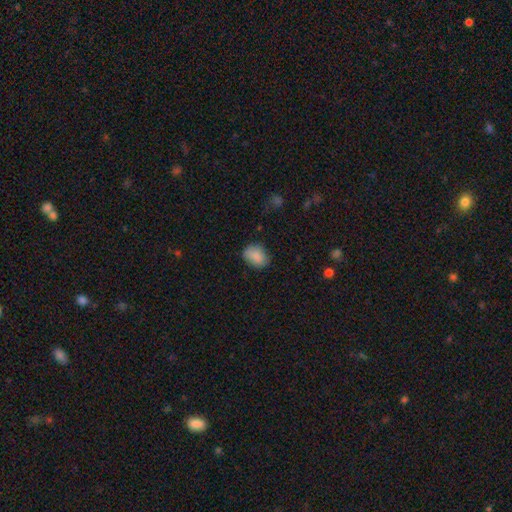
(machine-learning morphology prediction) Q: Smooth or featured?
A: smooth (87%); runner-up: star or artifact (8%)
Q: How rounded?
A: in between (62%); runner-up: round (37%)
Q: Merging?
A: none (75%); runner-up: minor disturbance (19%)